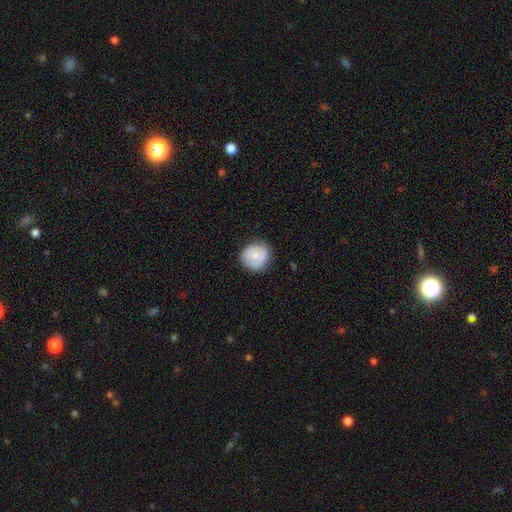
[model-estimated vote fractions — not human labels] A smooth galaxy with no disk features (70%) that is round (87%). Merging: none (74%).